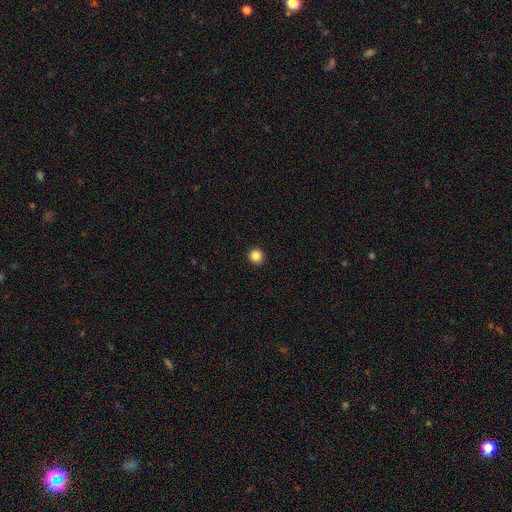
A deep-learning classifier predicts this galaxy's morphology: The model was most divided on "smooth or featured": smooth: 86%, star or artifact: 10%, featured or disk: 3%. More confident: how rounded — round (94%); merging — none (93%).